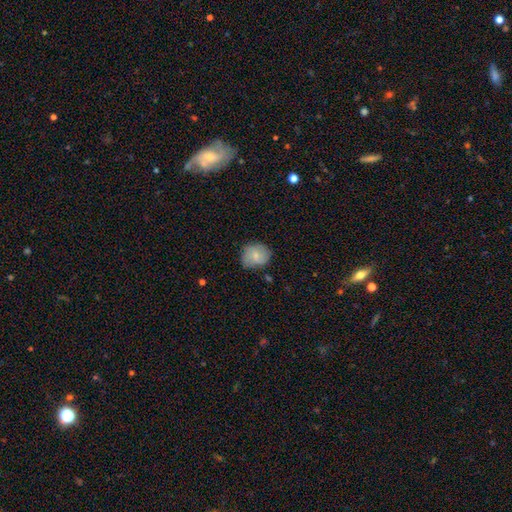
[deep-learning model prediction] This appears to be a smooth galaxy with no disk features (71%) that is round (63%). Merging: none (67%).